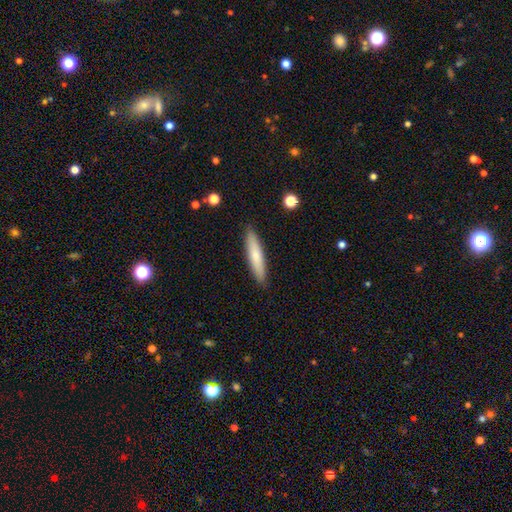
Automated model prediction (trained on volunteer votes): A smooth galaxy with no disk features (69%) that is cigar-shaped (85%). Merging: none (90%).